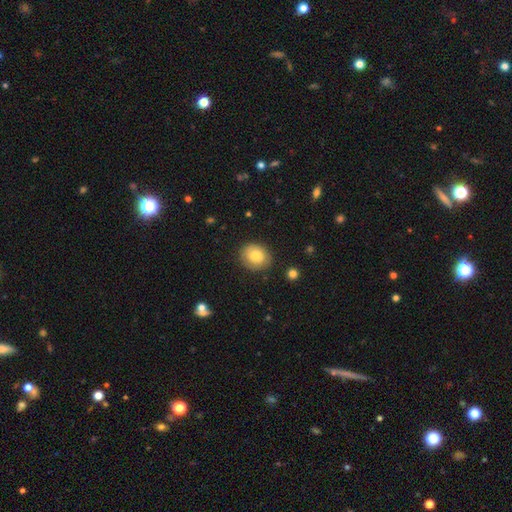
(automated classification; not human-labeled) This appears to be a smooth galaxy with no disk features (74%) that is round (64%). Merging: none (84%).